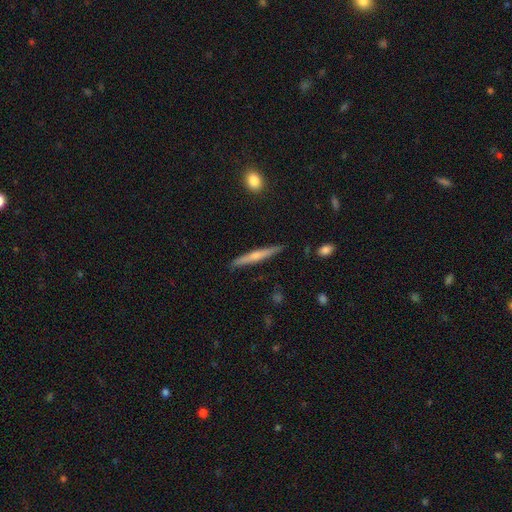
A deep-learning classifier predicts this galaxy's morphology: A featured or disk galaxy (50%).

Vote fractions:
- Smooth or featured? featured or disk: 50% / smooth: 44% / star or artifact: 6%
- Merging? none: 88% / minor disturbance: 9% / major disturbance: 2% / merger: 1%